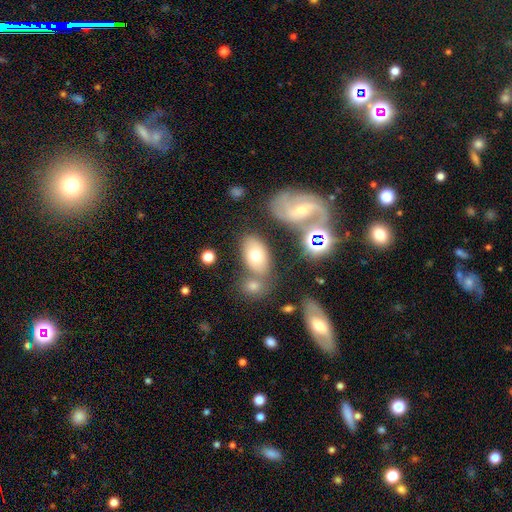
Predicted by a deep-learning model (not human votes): Morphology: type=smooth (69%); roundness=in between (88%); merging=none (61%).